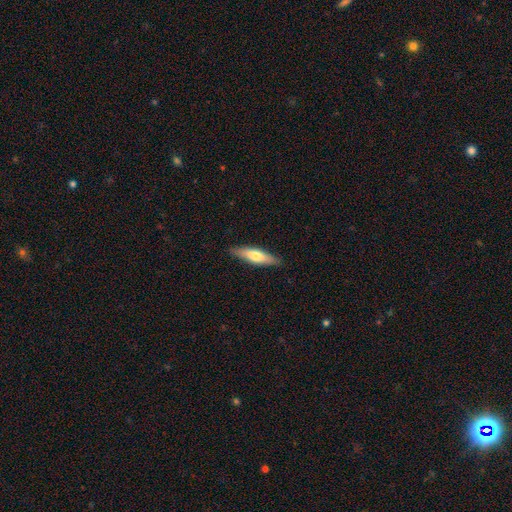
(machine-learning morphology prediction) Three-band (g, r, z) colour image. It shows a smooth galaxy with no disk features (59%) that is cigar-shaped (67%). Merging: none (87%).